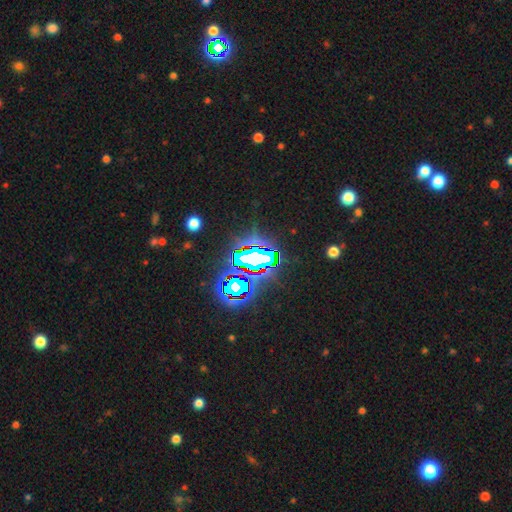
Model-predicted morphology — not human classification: A star or artifact, not a galaxy (77%).

Vote fractions:
- Smooth or featured? star or artifact: 77% / smooth: 12% / featured or disk: 11%